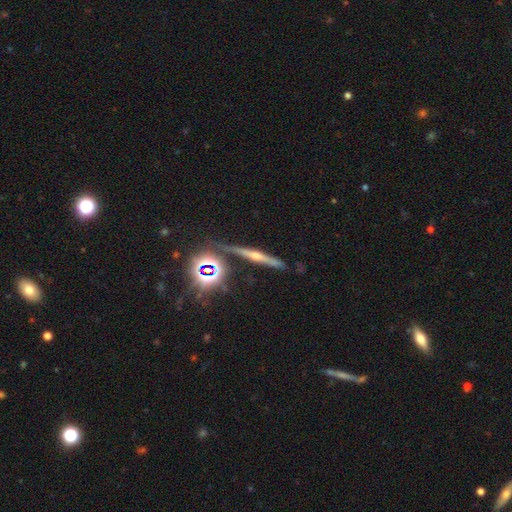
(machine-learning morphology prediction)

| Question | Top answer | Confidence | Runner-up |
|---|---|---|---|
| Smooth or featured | featured or disk | 67% | star or artifact (19%) |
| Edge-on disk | yes | 93% | no (7%) |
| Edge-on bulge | rounded | 84% | none (10%) |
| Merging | none | 79% | minor disturbance (10%) |